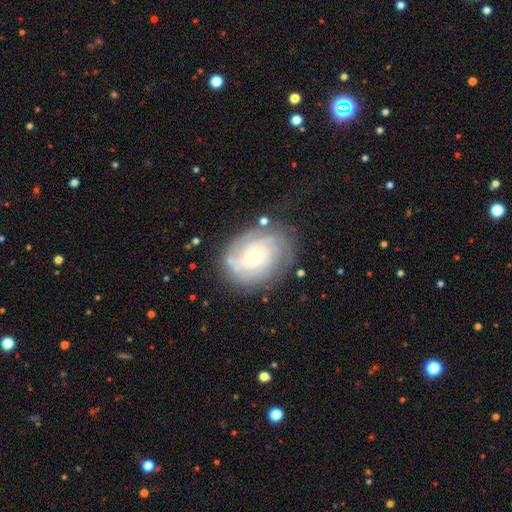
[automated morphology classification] A featured or disk galaxy (79%) with no bar (78%), tight (73%) spiral arms (94%) and a small central bulge (68%).

Vote fractions:
- Smooth or featured? featured or disk: 79% / smooth: 13% / star or artifact: 7%
- Edge-on disk? no: 97% / yes: 3%
- Bar? no: 78% / weak: 18% / strong: 4%
- Spiral arms? yes: 94% / no: 6%
- Spiral winding? tight: 73% / medium: 22% / loose: 6%
- Spiral arm count? can't tell: 36% / 3: 19% / 4: 17% / 2: 15% / more than 4: 8% / 1: 5%
- Bulge size? small: 68% / moderate: 27% / large: 2% / none: 1% / dominant: 1%
- Merging? none: 74% / minor disturbance: 17% / major disturbance: 7% / merger: 2%